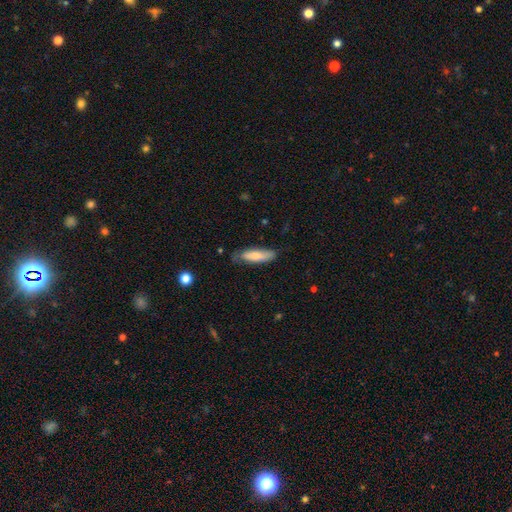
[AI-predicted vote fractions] smooth 77%, featured or disk 17%, star or artifact 6%. Down the decision tree: how rounded — cigar-shaped (57%); merging — none (64%).